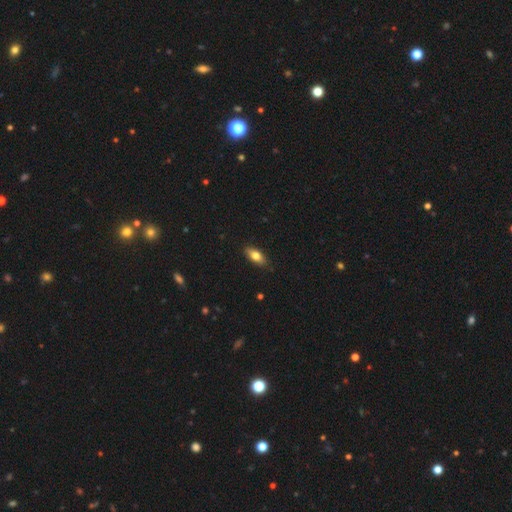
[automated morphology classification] Smooth or featured?
  - smooth: 76% *
  - featured or disk: 17%
  - star or artifact: 7%
How rounded?
  - in between: 83% *
  - cigar-shaped: 13%
  - round: 4%
Merging?
  - none: 86% *
  - minor disturbance: 11%
  - major disturbance: 2%
  - merger: 1%